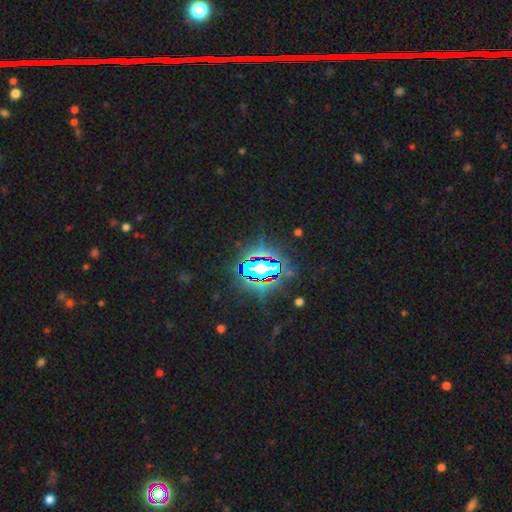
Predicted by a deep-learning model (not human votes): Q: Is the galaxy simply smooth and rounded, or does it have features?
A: star or artifact — 84%.